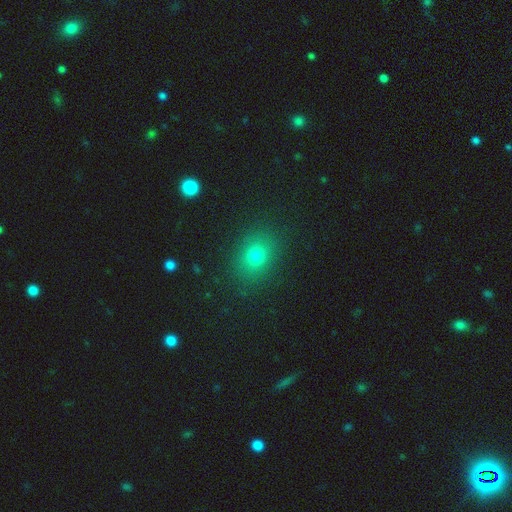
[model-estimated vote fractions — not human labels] Q: Smooth or featured?
A: smooth (74%); runner-up: star or artifact (18%)
Q: How rounded?
A: round (50%); runner-up: in between (48%)
Q: Merging?
A: none (86%); runner-up: minor disturbance (9%)